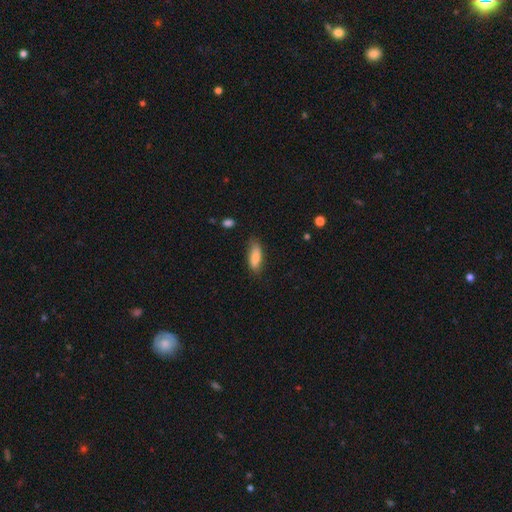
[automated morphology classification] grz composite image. It shows a smooth galaxy with no disk features (84%) that is in between round and cigar-shaped (56%). Merging: none (71%).